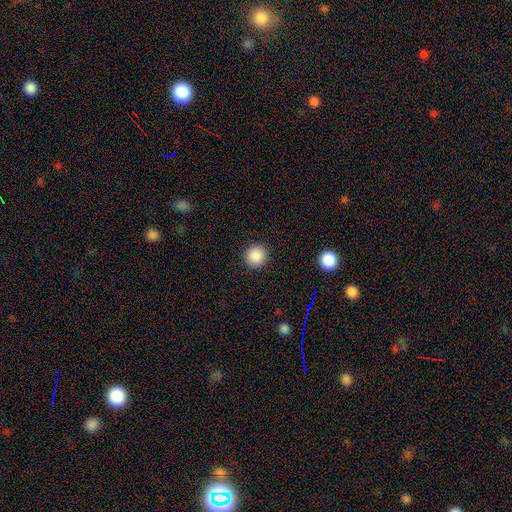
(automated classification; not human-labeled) A smooth galaxy with no disk features (88%) that is round (95%).

Vote fractions:
- Smooth or featured? smooth: 88% / star or artifact: 9% / featured or disk: 3%
- How rounded? round: 95% / in between: 4% / cigar-shaped: 1%
- Merging? none: 92% / minor disturbance: 5% / major disturbance: 2% / merger: 1%